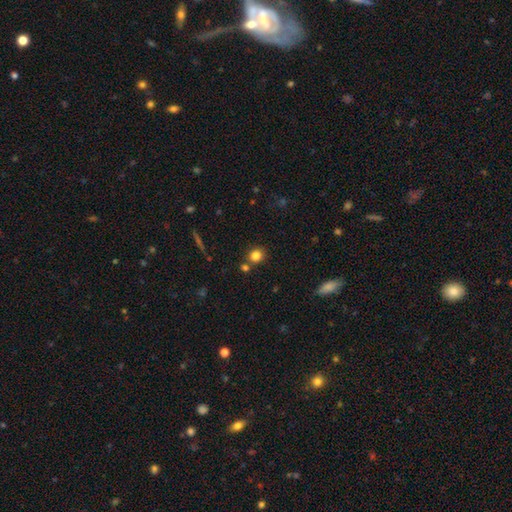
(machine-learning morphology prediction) This is clearly a smooth galaxy (81%). How rounded: clearly round (86%). Merging: likely none (77%).